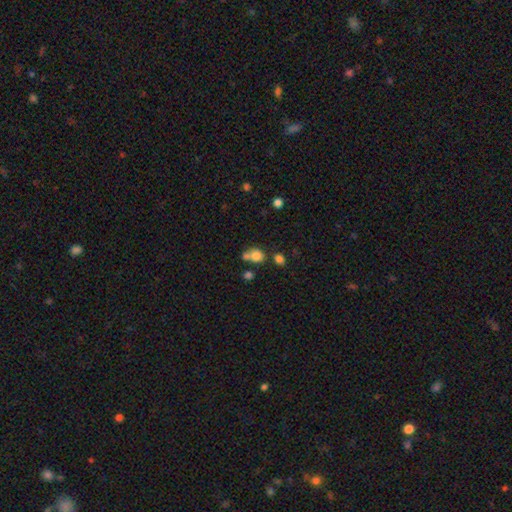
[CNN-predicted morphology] This is likely a smooth galaxy (78%). How rounded: likely round (65%). Merging: marginally none (43%).